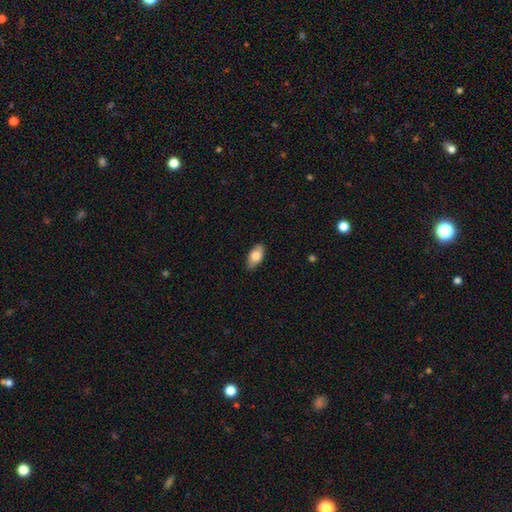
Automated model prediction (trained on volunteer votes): Smooth or featured? Predicted: smooth (p=0.82). How rounded? Predicted: in between (p=0.93). Merging? Predicted: none (p=0.85).